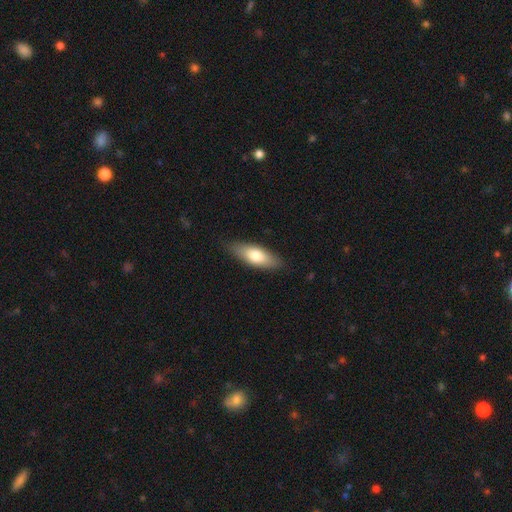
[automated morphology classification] The model was most divided on "how rounded": in between: 67%, cigar-shaped: 31%, round: 2%. More confident: merging — none (83%); smooth or featured — smooth (70%).